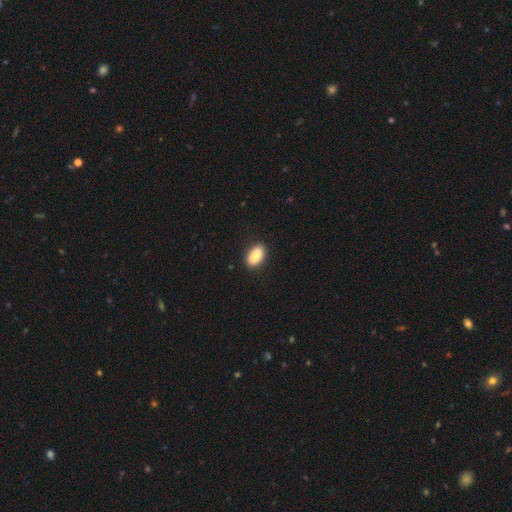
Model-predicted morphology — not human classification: Smooth or featured? Predicted: smooth (p=0.86). How rounded? Predicted: in between (p=0.92). Merging? Predicted: none (p=0.89).